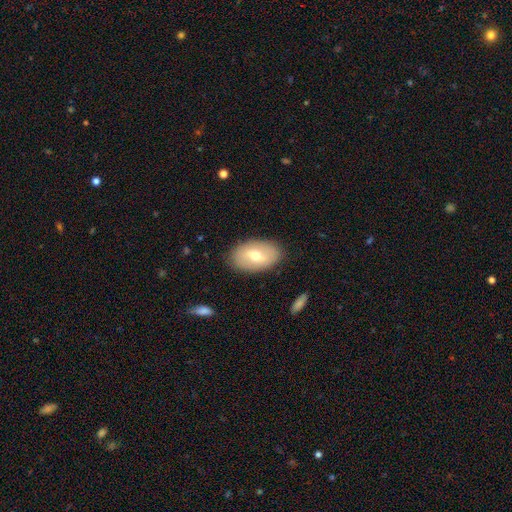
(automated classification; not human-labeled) Smooth or featured: smooth — 57% (featured or disk — 36%)
How rounded: in between — 91% (round — 8%)
Merging: none — 86% (minor disturbance — 10%)